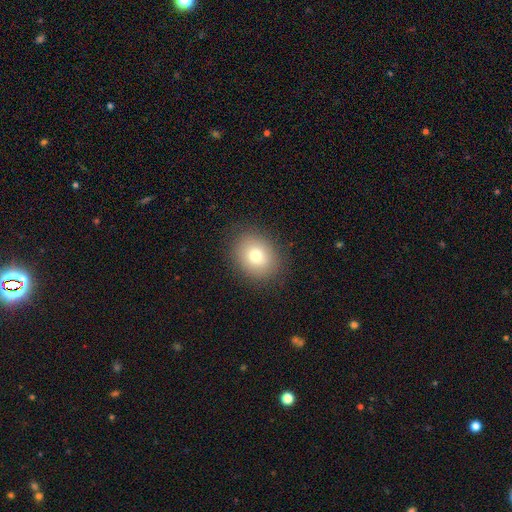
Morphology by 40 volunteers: This appears to be a smooth galaxy with no disk features (90%) that is in between round and cigar-shaped (61%). Merging: none (82%).